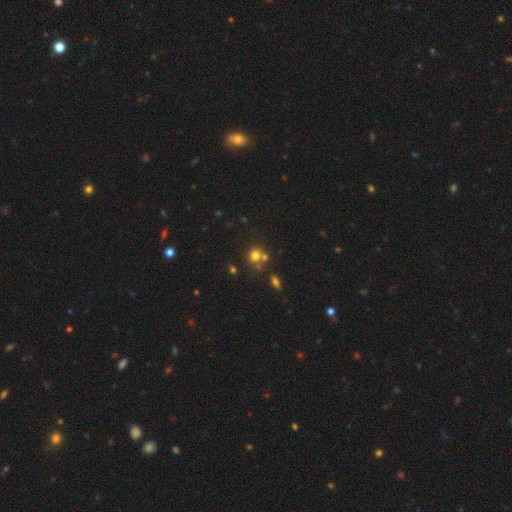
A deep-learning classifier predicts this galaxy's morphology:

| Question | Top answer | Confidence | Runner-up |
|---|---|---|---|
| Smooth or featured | smooth | 70% | star or artifact (18%) |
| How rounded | round | 82% | in between (17%) |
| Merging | none | 56% | merger (30%) |